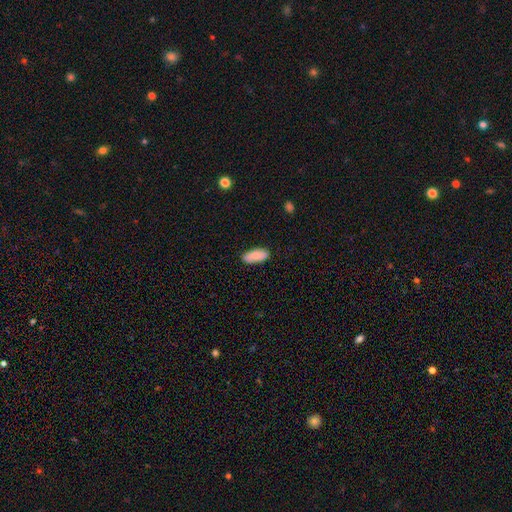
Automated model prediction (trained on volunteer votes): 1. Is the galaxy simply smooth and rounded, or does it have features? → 84% smooth, 10% featured or disk, 6% star or artifact.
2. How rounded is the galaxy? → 83% in between, 15% cigar-shaped, 2% round.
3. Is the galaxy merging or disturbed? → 84% none, 12% minor disturbance, 2% major disturbance, 1% merger.